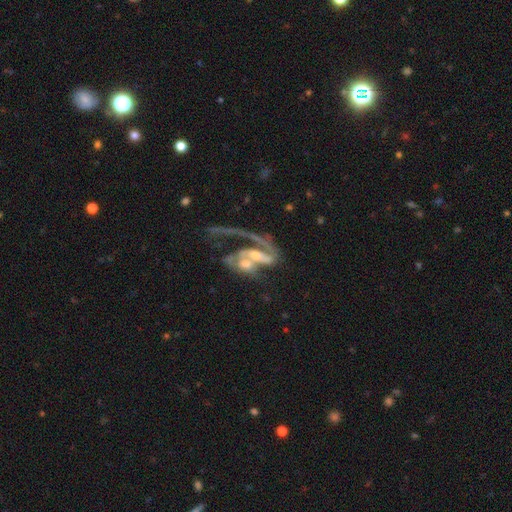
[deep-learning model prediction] Overall: featured or disk (77%). Edge-on disk: no (94%). Bar: no (49%; weak 31%). Spiral arms: yes (79%). Spiral arm count: 1 (50%; 2 34%). Spiral winding: loose (54%; medium 31%). Bulge size: moderate (41%; small 32%). Merging: merger (54%; major disturbance 25%).